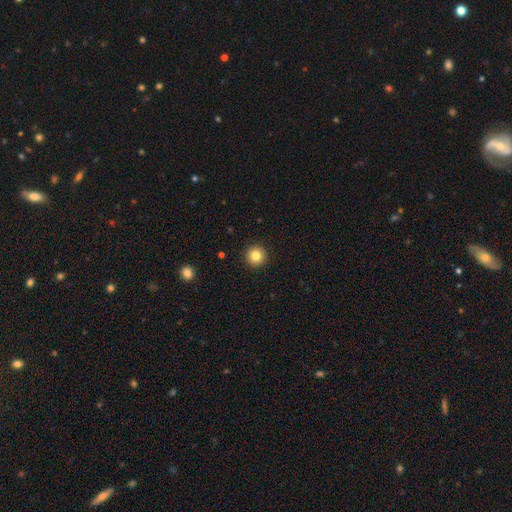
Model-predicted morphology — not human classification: Smooth or featured? smooth (82%)
How rounded? round (96%)
Merging? none (93%)